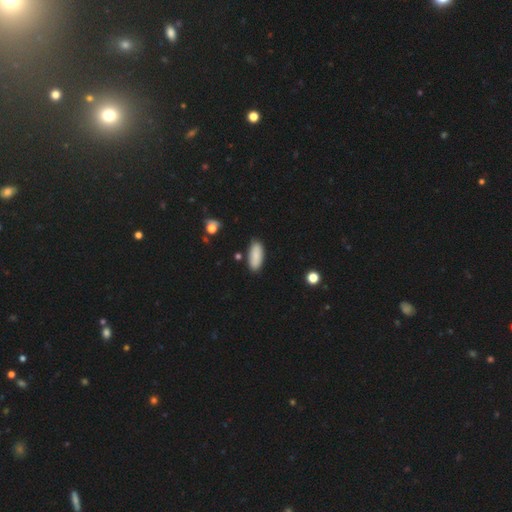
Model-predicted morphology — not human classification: This appears to be a smooth galaxy with no disk features (88%) that is in between round and cigar-shaped (78%). Merging: none (85%).